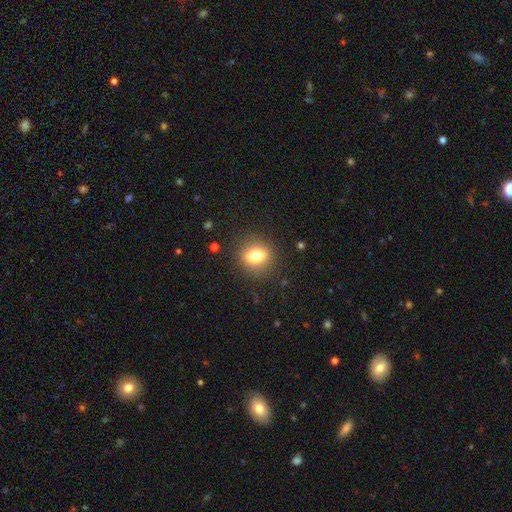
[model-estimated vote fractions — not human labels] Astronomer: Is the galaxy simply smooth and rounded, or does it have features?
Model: smooth — 77%.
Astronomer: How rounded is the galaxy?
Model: round — 54% (runner-up: in between, 44%).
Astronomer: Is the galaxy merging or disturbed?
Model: none — 86%.